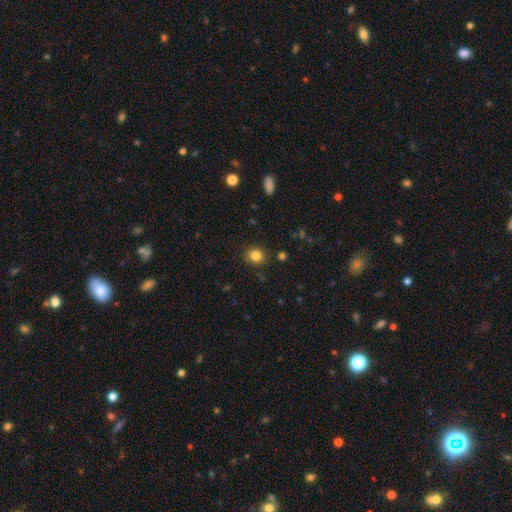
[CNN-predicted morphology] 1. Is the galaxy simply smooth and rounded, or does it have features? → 83% smooth, 11% star or artifact, 5% featured or disk.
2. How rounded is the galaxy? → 74% round, 25% in between, 1% cigar-shaped.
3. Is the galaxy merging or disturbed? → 86% none, 10% minor disturbance, 3% major disturbance, 2% merger.